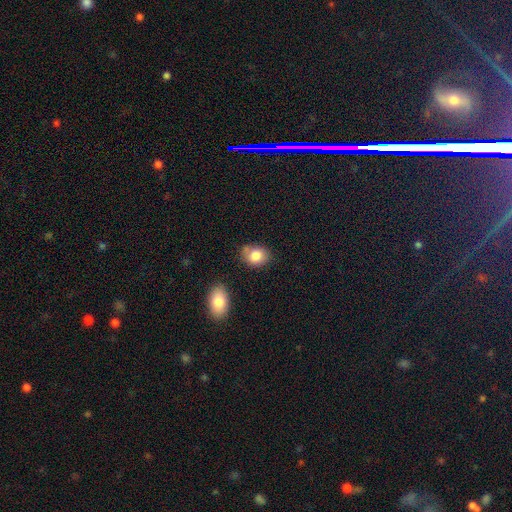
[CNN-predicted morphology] type=smooth (84%); roundness=in between (64%); merging=none (64%).